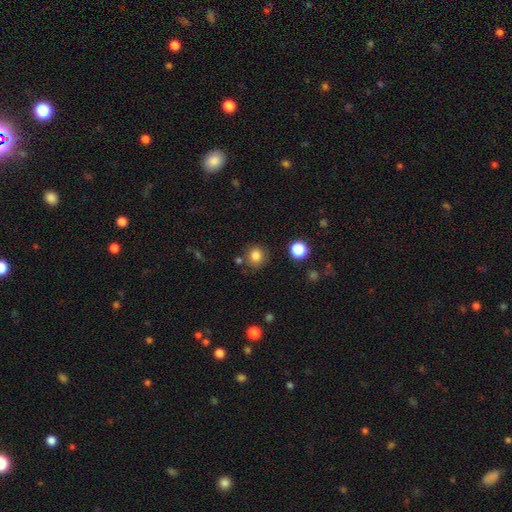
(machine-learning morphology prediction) The model was most divided on "merging": none: 80%, minor disturbance: 11%, merger: 6%, major disturbance: 3%. More confident: how rounded — round (86%); smooth or featured — smooth (83%).